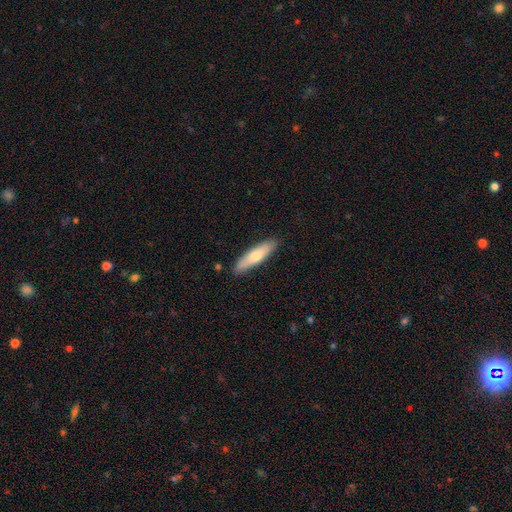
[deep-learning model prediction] Smooth or featured? smooth (67%)
How rounded? cigar-shaped (73%)
Merging? none (88%)